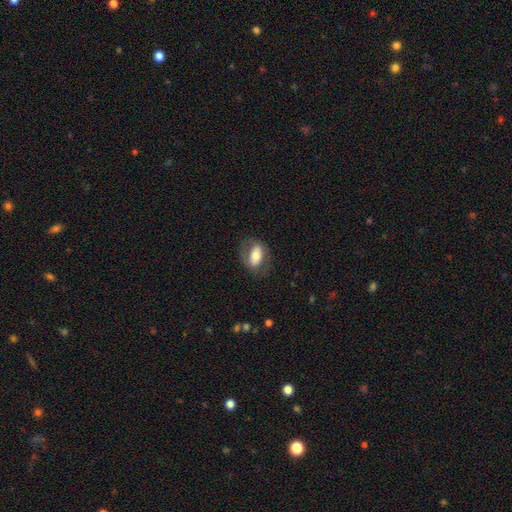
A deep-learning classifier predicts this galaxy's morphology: This is possibly a smooth galaxy (58%). How rounded: clearly in between (86%). Merging: likely none (73%).